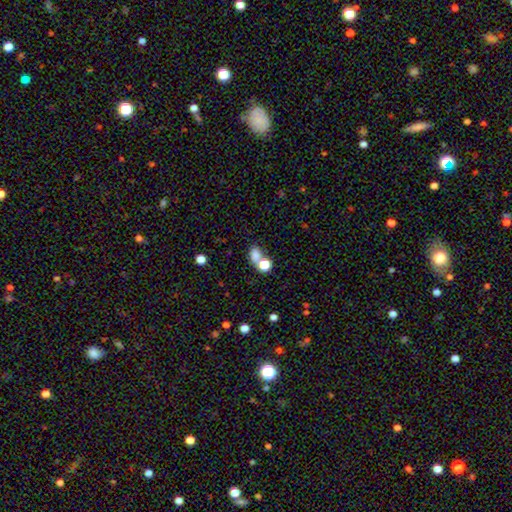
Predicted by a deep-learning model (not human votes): Smooth or featured?
  - smooth: 74% *
  - star or artifact: 17%
  - featured or disk: 9%
How rounded?
  - in between: 71% *
  - round: 27%
  - cigar-shaped: 2%
Merging?
  - none: 45% *
  - merger: 38%
  - minor disturbance: 11%
  - major disturbance: 6%